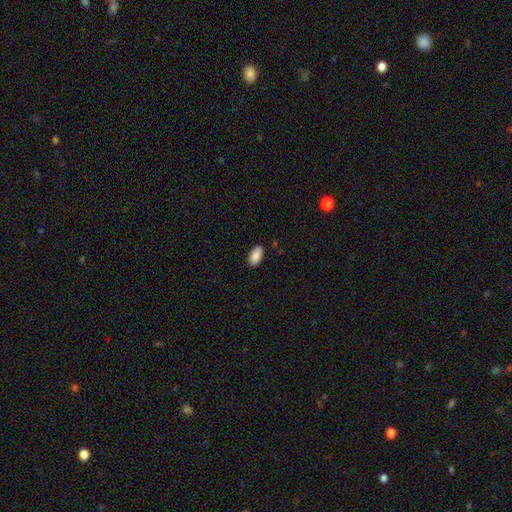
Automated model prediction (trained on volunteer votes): A smooth galaxy with no disk features (88%) that is in between round and cigar-shaped (94%).

Vote fractions:
- Smooth or featured? smooth: 88% / star or artifact: 7% / featured or disk: 5%
- How rounded? in between: 94% / round: 4% / cigar-shaped: 2%
- Merging? none: 87% / minor disturbance: 10% / major disturbance: 2% / merger: 1%